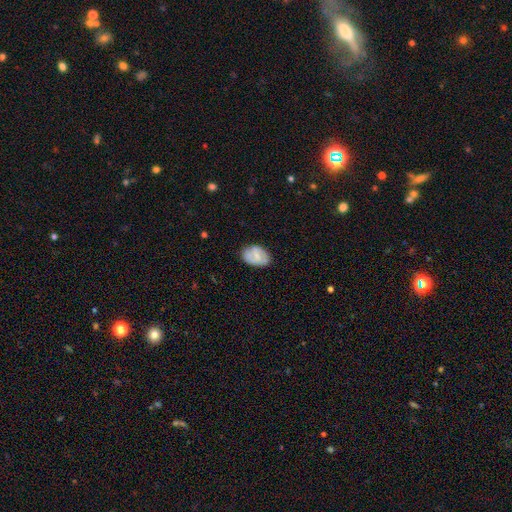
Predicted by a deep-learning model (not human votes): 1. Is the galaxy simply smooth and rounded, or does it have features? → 59% smooth, 34% featured or disk, 7% star or artifact.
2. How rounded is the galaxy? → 87% in between, 12% round, 1% cigar-shaped.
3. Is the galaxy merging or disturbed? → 76% none, 18% minor disturbance, 4% major disturbance, 1% merger.